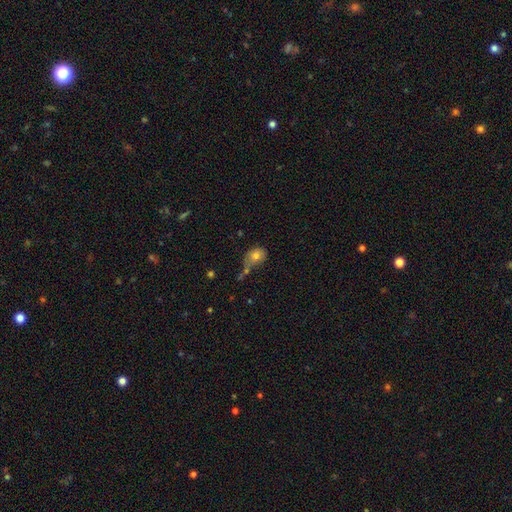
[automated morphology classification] Q: Smooth or featured?
A: smooth (78%); runner-up: featured or disk (12%)
Q: How rounded?
A: in between (50%); runner-up: round (48%)
Q: Merging?
A: none (42%); runner-up: minor disturbance (24%)